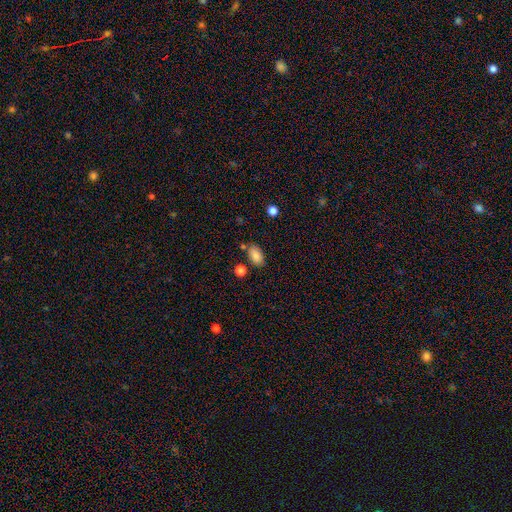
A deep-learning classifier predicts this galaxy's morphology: Smooth or featured? Predicted: smooth (p=0.85). How rounded? Predicted: in between (p=0.92). Merging? Predicted: none (p=0.74).